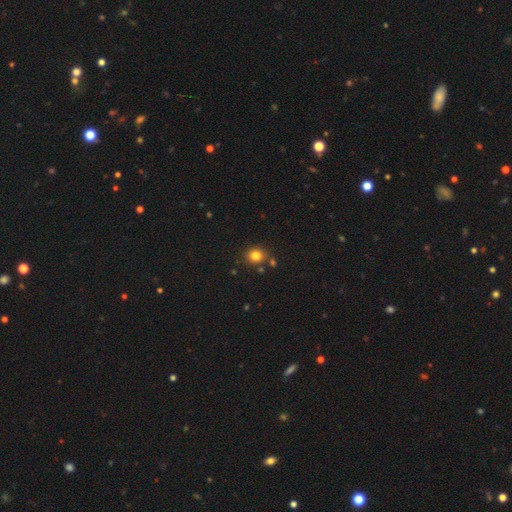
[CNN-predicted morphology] Smooth or featured: smooth — 81% (star or artifact — 13%)
How rounded: round — 79% (in between — 21%)
Merging: none — 77% (minor disturbance — 11%)